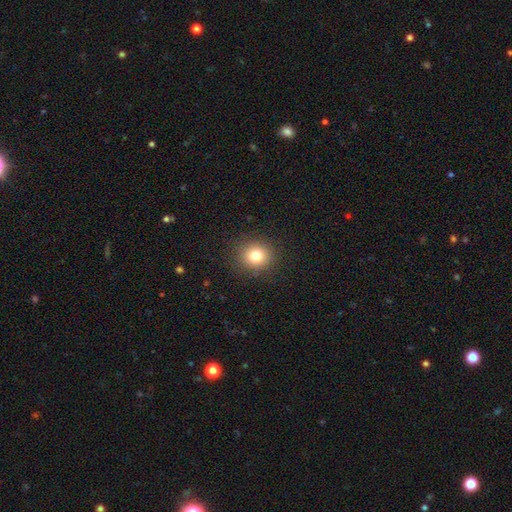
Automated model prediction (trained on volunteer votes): Smooth or featured? smooth (79%)
How rounded? round (87%)
Merging? none (90%)